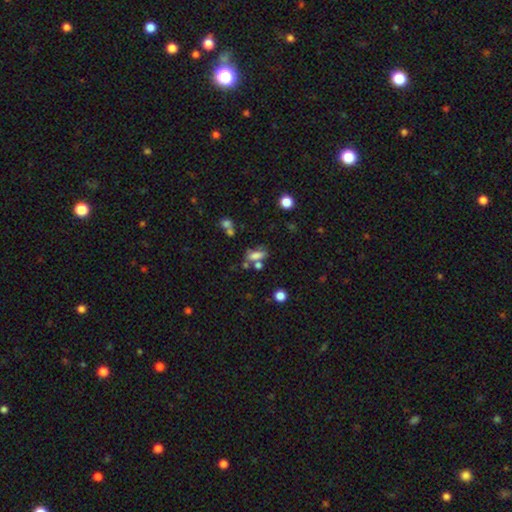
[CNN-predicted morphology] smooth 67%, featured or disk 18%, star or artifact 15%. Down the decision tree: how rounded — in between (62%); merging — none (46%).